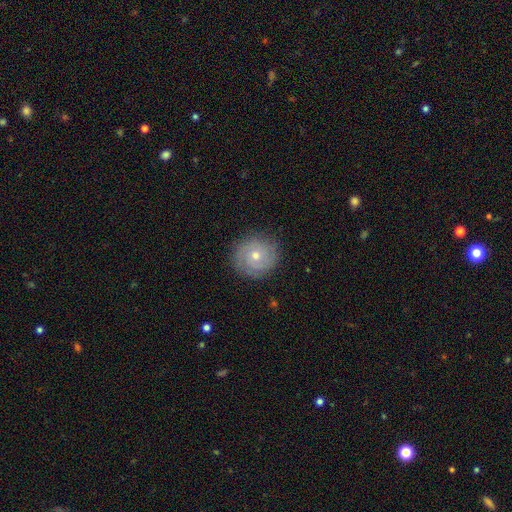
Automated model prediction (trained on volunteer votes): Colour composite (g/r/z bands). It shows a featured or disk galaxy (63%) with no bar (82%), 2 (37%) tight (72%) spiral arms (85%) and a moderate central bulge (48%, tied with small). Merging: none (85%).